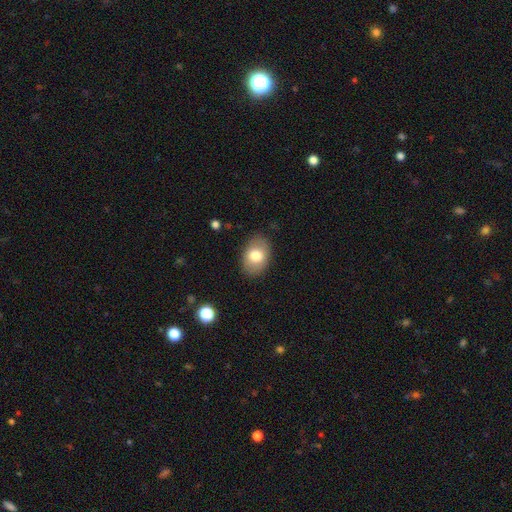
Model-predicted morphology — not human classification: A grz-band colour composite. It shows a smooth galaxy with no disk features (76%) that is in between round and cigar-shaped (83%). Merging: none (85%).